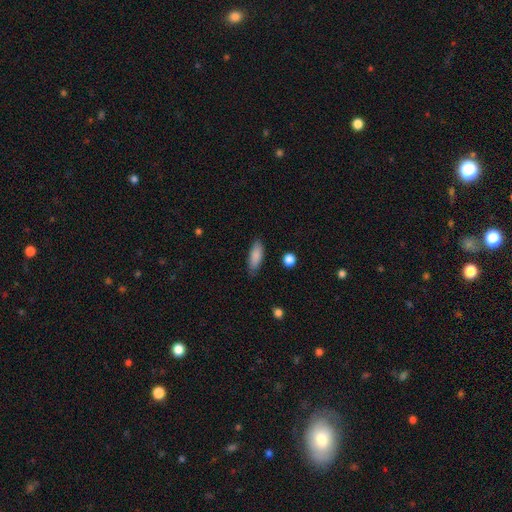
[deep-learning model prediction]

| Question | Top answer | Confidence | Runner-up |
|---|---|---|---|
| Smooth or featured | smooth | 87% | featured or disk (7%) |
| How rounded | in between | 64% | cigar-shaped (34%) |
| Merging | none | 83% | minor disturbance (13%) |